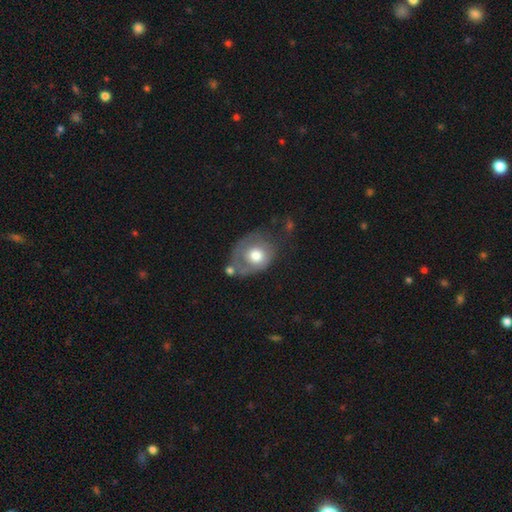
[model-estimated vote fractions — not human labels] A smooth galaxy with no disk features (55%) that is round (62%).

Vote fractions:
- Smooth or featured? smooth: 55% / featured or disk: 38% / star or artifact: 7%
- How rounded? round: 62% / in between: 37% / cigar-shaped: 1%
- Merging? none: 34% / minor disturbance: 27% / major disturbance: 26% / merger: 13%